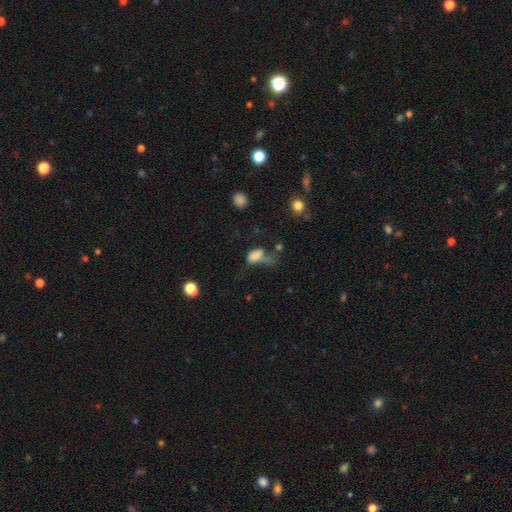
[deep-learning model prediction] Smooth or featured?
  - smooth: 72% *
  - featured or disk: 16%
  - star or artifact: 12%
How rounded?
  - in between: 85% *
  - round: 11%
  - cigar-shaped: 3%
Merging?
  - major disturbance: 47% *
  - minor disturbance: 20%
  - none: 18%
  - merger: 15%